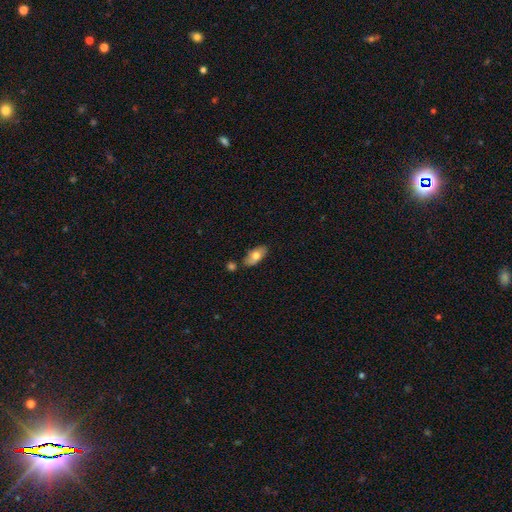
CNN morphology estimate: Q: Smooth or featured?
A: smooth (71%); runner-up: featured or disk (22%)
Q: How rounded?
A: in between (90%); runner-up: cigar-shaped (7%)
Q: Merging?
A: none (75%); runner-up: minor disturbance (14%)